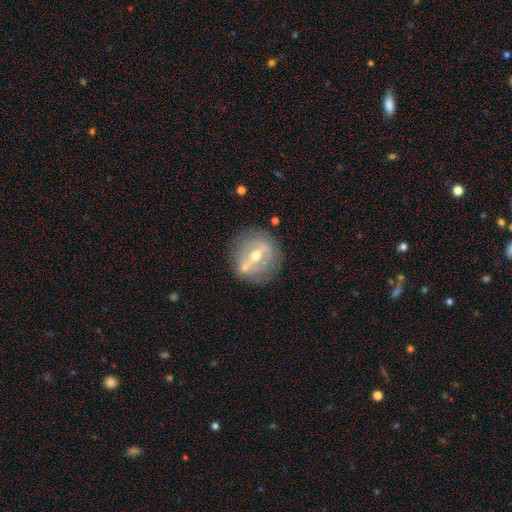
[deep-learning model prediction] This appears to be a featured or disk galaxy (69%) with a strong bar (57%), no spiral arms (80%) and a moderate central bulge (72%). Merging: none (71%).